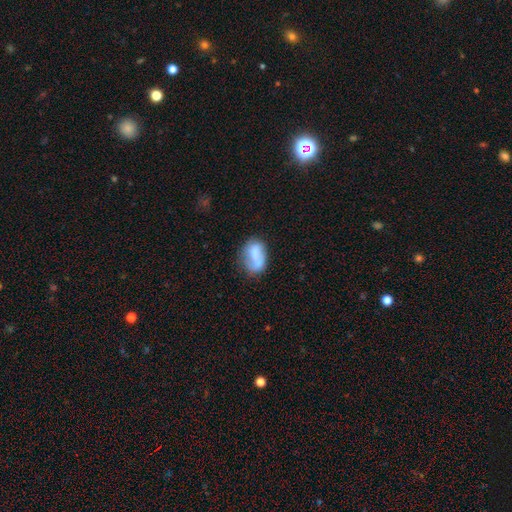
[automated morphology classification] Smooth or featured? smooth (62%)
How rounded? in between (81%)
Merging? none (39%)